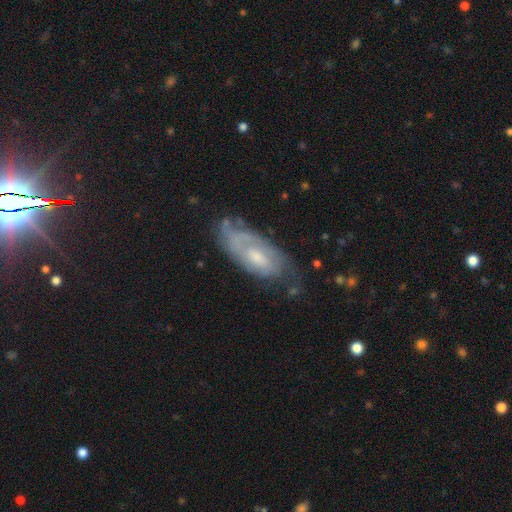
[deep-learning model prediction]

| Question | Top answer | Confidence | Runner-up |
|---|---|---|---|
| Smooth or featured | featured or disk | 67% | smooth (26%) |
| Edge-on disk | no | 88% | yes (12%) |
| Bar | no | 58% | weak (36%) |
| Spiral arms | yes | 81% | no (19%) |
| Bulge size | moderate | 49% | small (35%) |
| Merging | none | 56% | minor disturbance (27%) |